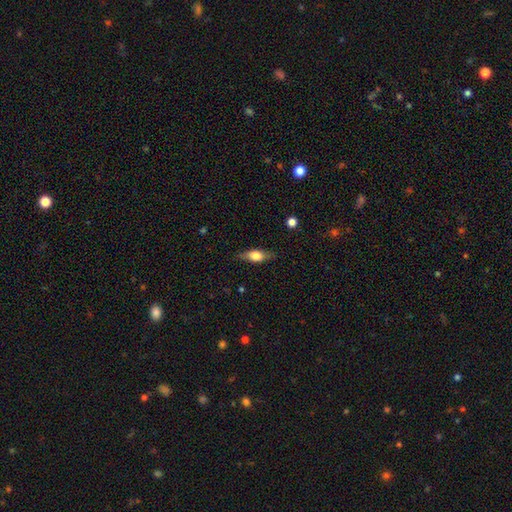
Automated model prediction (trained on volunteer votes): Morphology: type=smooth (58%); roundness=in between (65%); merging=none (81%).